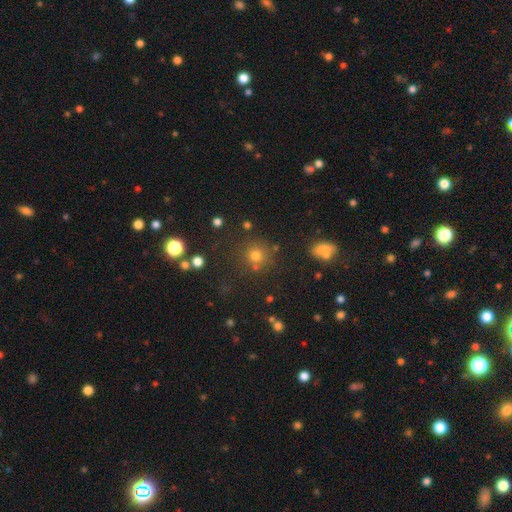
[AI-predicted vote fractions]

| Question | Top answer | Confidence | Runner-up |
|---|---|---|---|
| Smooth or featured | smooth | 71% | star or artifact (21%) |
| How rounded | round | 91% | in between (8%) |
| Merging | none | 76% | minor disturbance (10%) |